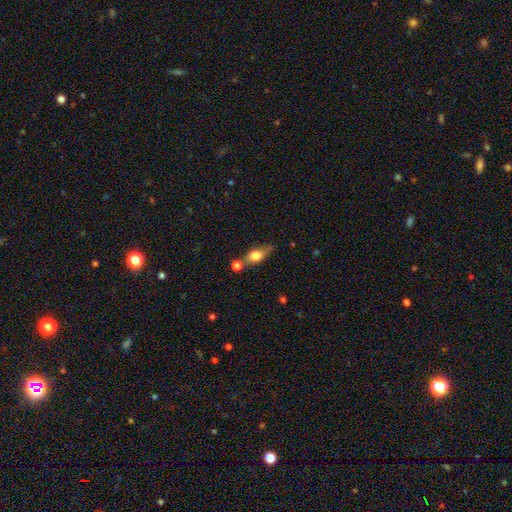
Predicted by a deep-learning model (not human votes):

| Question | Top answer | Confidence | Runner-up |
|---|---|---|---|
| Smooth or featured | smooth | 70% | featured or disk (21%) |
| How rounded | in between | 69% | round (17%) |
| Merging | none | 51% | merger (24%) |